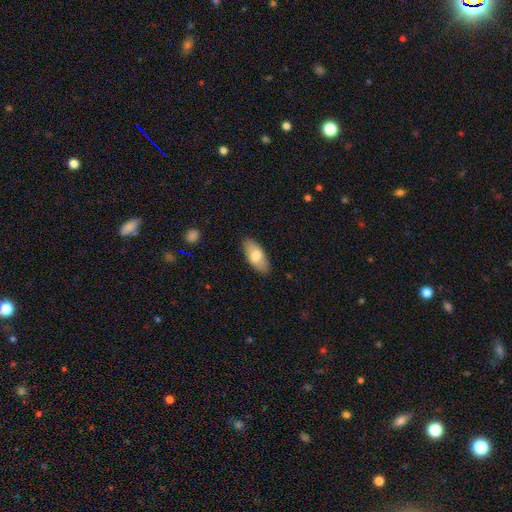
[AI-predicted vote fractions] Overall: smooth (72%). How rounded: in between (88%). Merging: none (87%).